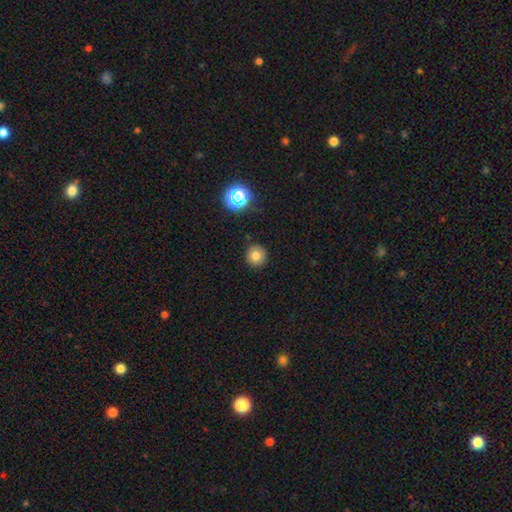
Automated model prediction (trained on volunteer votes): Smooth or featured?
  - smooth: 77% *
  - star or artifact: 15%
  - featured or disk: 8%
How rounded?
  - round: 94% *
  - in between: 5%
  - cigar-shaped: 1%
Merging?
  - none: 90% *
  - minor disturbance: 7%
  - major disturbance: 2%
  - merger: 1%